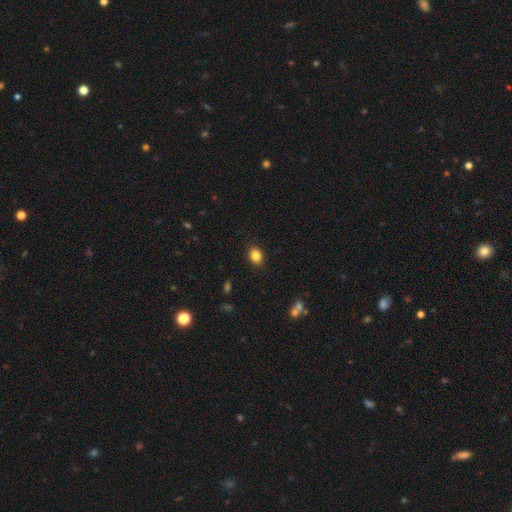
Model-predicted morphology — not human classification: This appears to be a smooth galaxy with no disk features (85%) that is round (54%). Merging: none (88%).